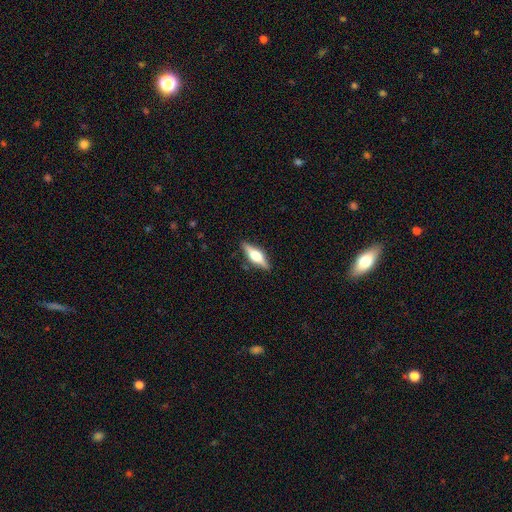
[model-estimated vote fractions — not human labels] smooth-or-featured: featured or disk: 60% | smooth: 34% | star or artifact: 6%
  disk-edge-on: yes: 95% | no: 5%
    edge-on-bulge: rounded: 91% | boxy: 7% | none: 2%
  merging: none: 87% | minor disturbance: 10% | major disturbance: 2% | merger: 1%